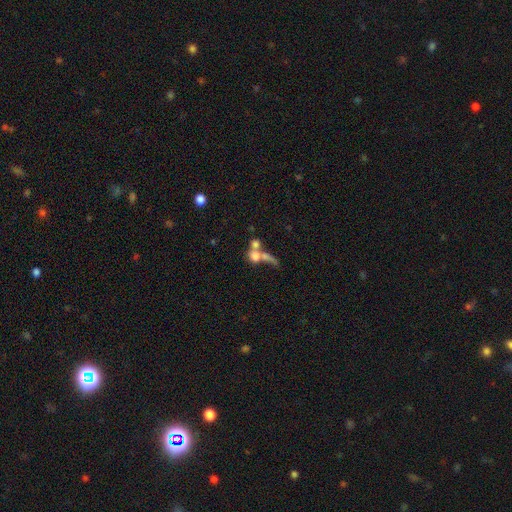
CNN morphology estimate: smooth-or-featured: smooth: 61% | featured or disk: 26% | star or artifact: 13%
  how-rounded: round: 69% | in between: 25% | cigar-shaped: 6%
  merging: merger: 59% | none: 21% | major disturbance: 13% | minor disturbance: 7%